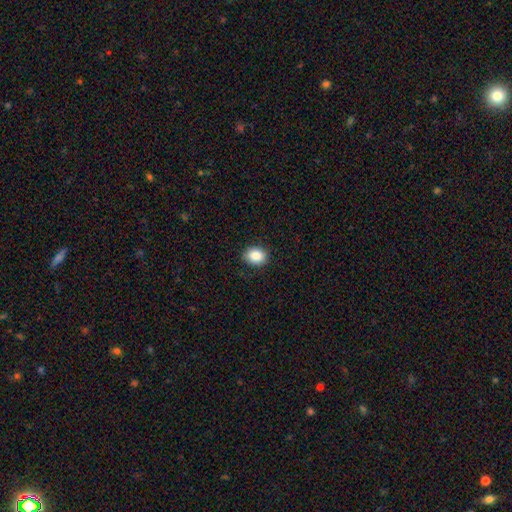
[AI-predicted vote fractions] Smooth or featured: smooth — 87% (star or artifact — 8%)
How rounded: in between — 57% (round — 42%)
Merging: none — 88% (minor disturbance — 9%)